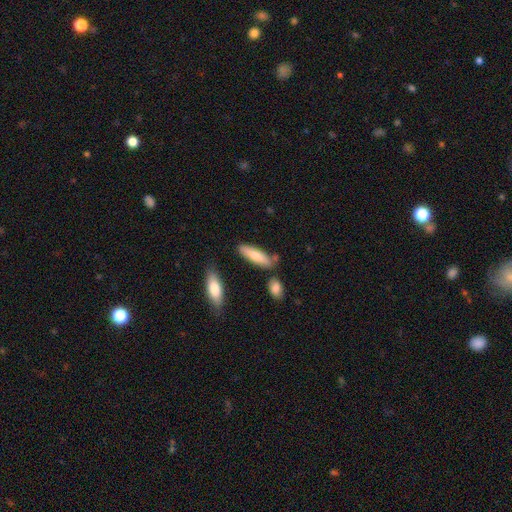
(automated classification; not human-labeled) Smooth or featured? smooth (72%)
How rounded? cigar-shaped (61%)
Merging? none (75%)